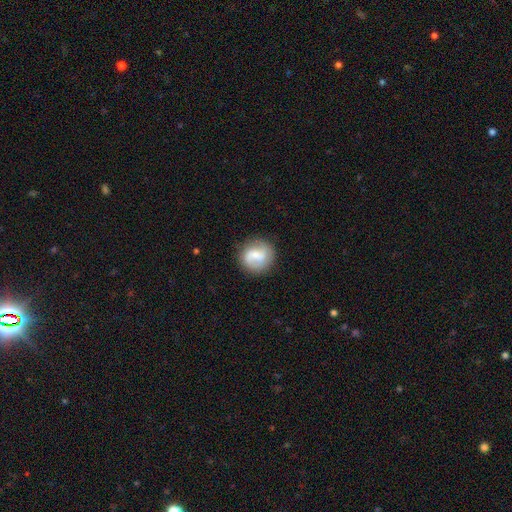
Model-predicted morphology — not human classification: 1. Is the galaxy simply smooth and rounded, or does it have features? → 50% smooth, 43% featured or disk, 7% star or artifact.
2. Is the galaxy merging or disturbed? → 81% none, 13% minor disturbance, 5% major disturbance, 2% merger.